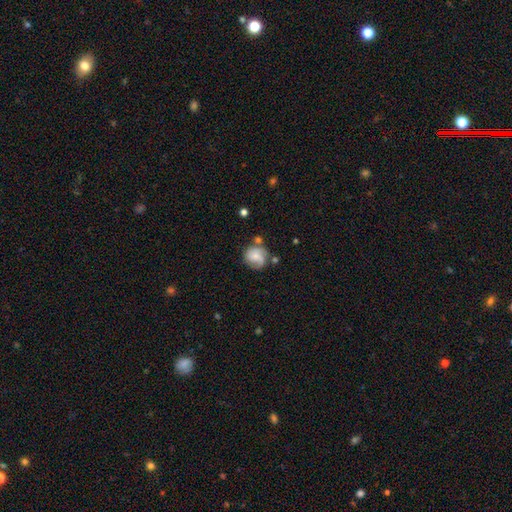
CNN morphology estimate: smooth_or_featured: featured or disk (p=0.47) [alt: smooth p=0.45]
merging: none (p=0.56) [alt: minor disturbance p=0.24]